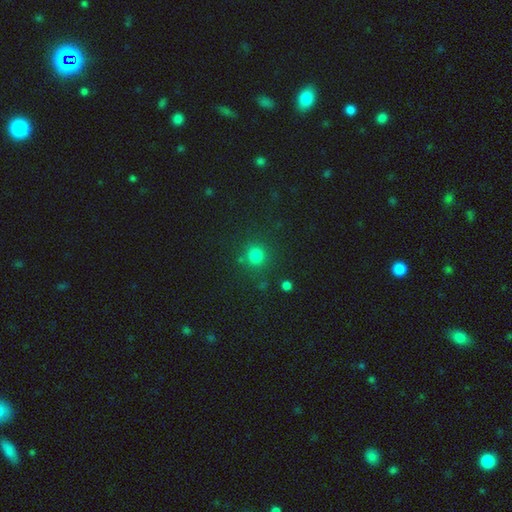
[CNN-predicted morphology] The model was most divided on "smooth or featured": smooth: 79%, star or artifact: 16%, featured or disk: 5%. More confident: how rounded — round (92%); merging — none (80%).